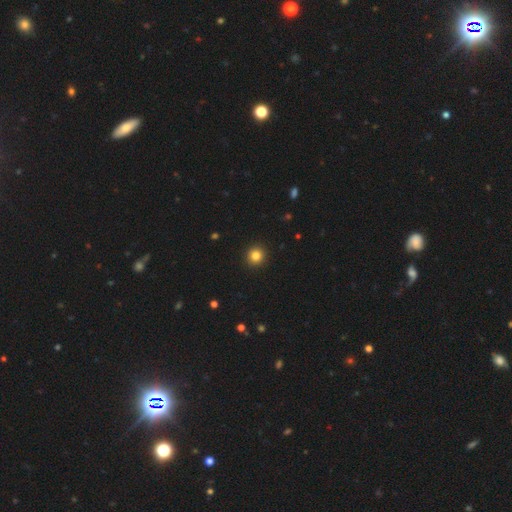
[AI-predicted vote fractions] A smooth galaxy with no disk features (84%) that is round (94%). Merging: none (93%).